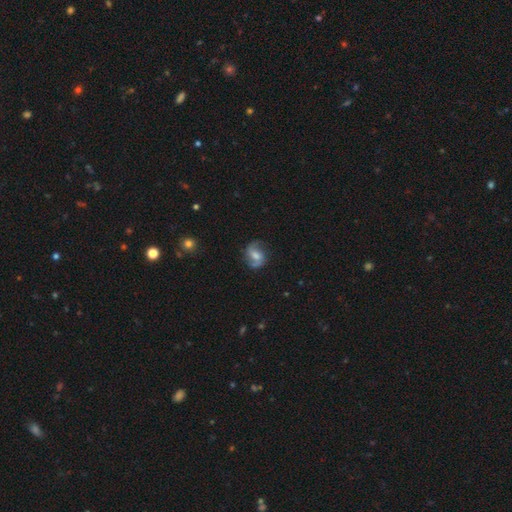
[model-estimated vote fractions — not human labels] Smooth or featured? featured or disk (79%)
Edge-on disk? no (98%)
Bar? weak (49%)
Spiral arms? yes (95%)
Spiral winding? medium (46%)
Spiral arm count? 2 (89%)
Bulge size? moderate (51%)
Merging? none (76%)